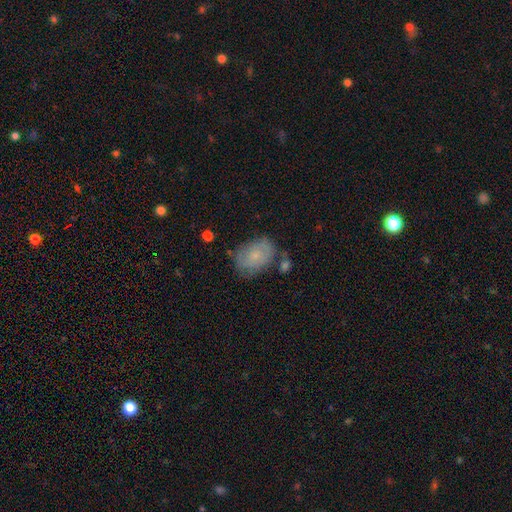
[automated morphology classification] smooth-or-featured: smooth: 67% | featured or disk: 26% | star or artifact: 8%
  how-rounded: in between: 79% | round: 20% | cigar-shaped: 1%
  merging: none: 58% | minor disturbance: 25% | major disturbance: 9% | merger: 7%